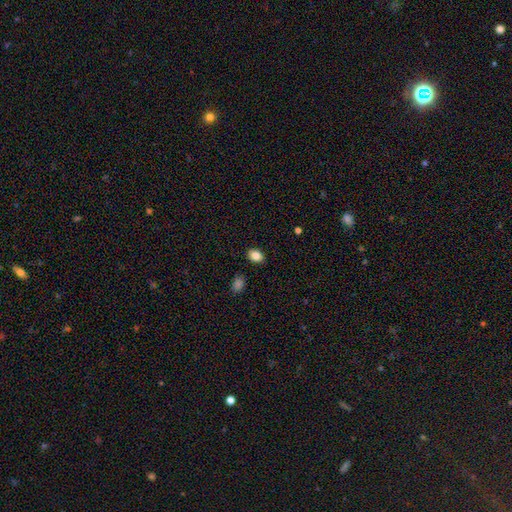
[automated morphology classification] The model was most divided on "how rounded": in between: 73%, round: 26%, cigar-shaped: 1%. More confident: merging — none (88%); smooth or featured — smooth (86%).